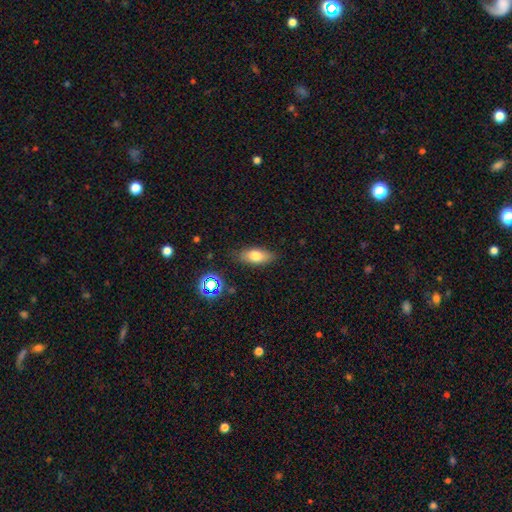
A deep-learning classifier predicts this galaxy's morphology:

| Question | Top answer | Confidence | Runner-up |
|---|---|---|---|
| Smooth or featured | smooth | 73% | featured or disk (16%) |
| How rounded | in between | 79% | cigar-shaped (16%) |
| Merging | none | 83% | minor disturbance (12%) |